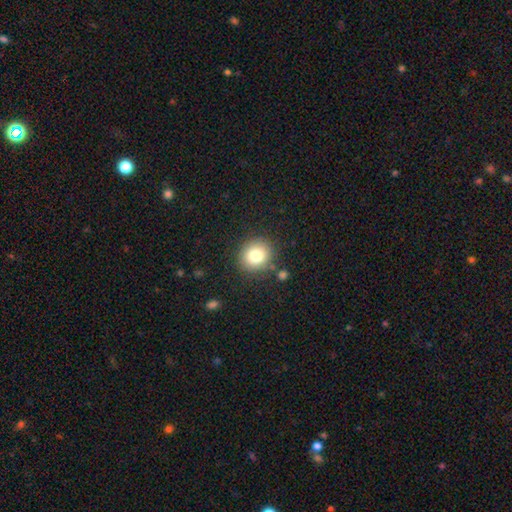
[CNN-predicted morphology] Smooth or featured? smooth (79%)
How rounded? round (84%)
Merging? none (85%)